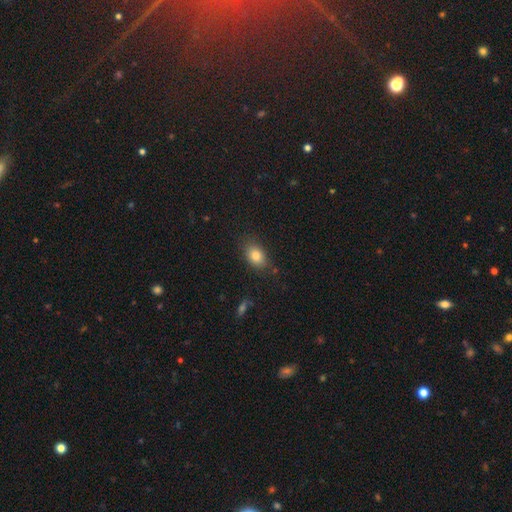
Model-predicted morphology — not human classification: smooth-or-featured: smooth: 82% | star or artifact: 10% | featured or disk: 8%
  how-rounded: in between: 76% | round: 22% | cigar-shaped: 1%
  merging: none: 78% | minor disturbance: 16% | major disturbance: 4% | merger: 2%